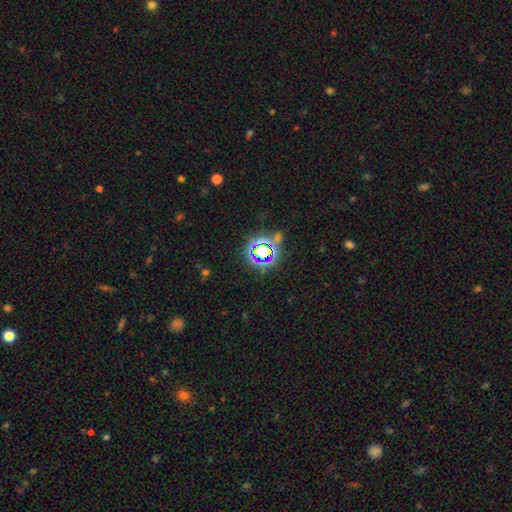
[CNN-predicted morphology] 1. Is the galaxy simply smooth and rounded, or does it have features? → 74% star or artifact, 16% smooth, 10% featured or disk.